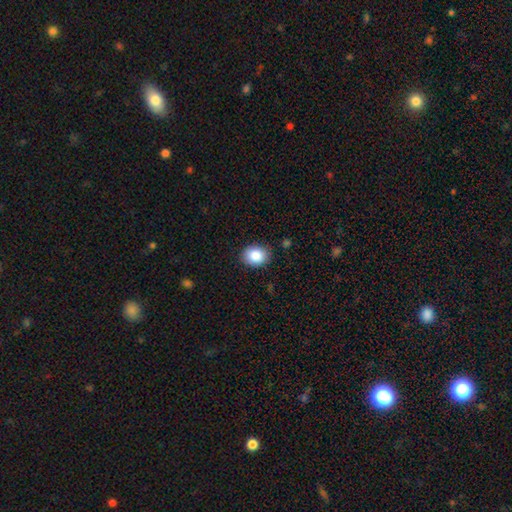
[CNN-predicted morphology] Smooth or featured? smooth (87%)
How rounded? in between (54%)
Merging? none (86%)